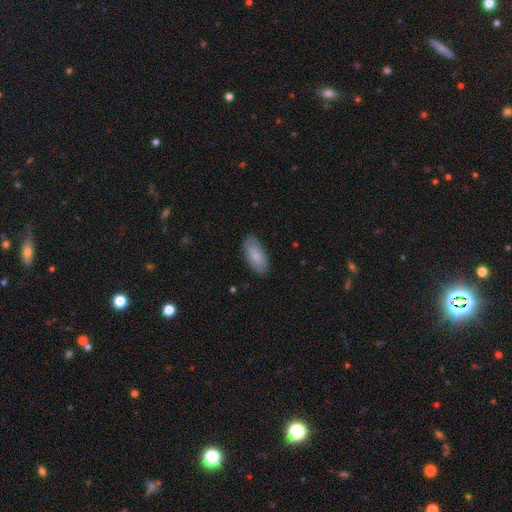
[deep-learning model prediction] Smooth or featured?
  - smooth: 81% *
  - featured or disk: 13%
  - star or artifact: 6%
How rounded?
  - in between: 89% *
  - cigar-shaped: 9%
  - round: 2%
Merging?
  - none: 84% *
  - minor disturbance: 13%
  - major disturbance: 2%
  - merger: 1%